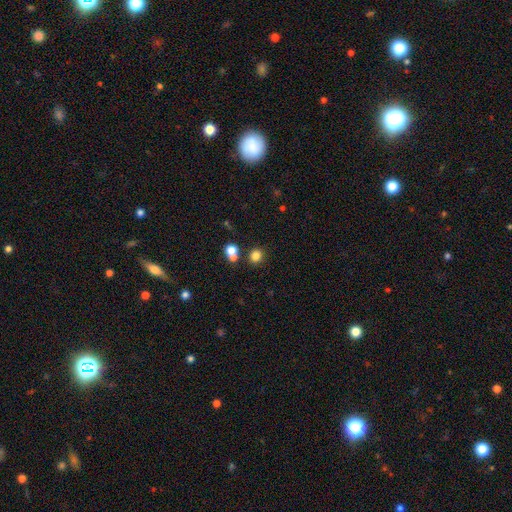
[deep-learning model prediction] Smooth or featured? smooth (79%)
How rounded? round (79%)
Merging? none (74%)